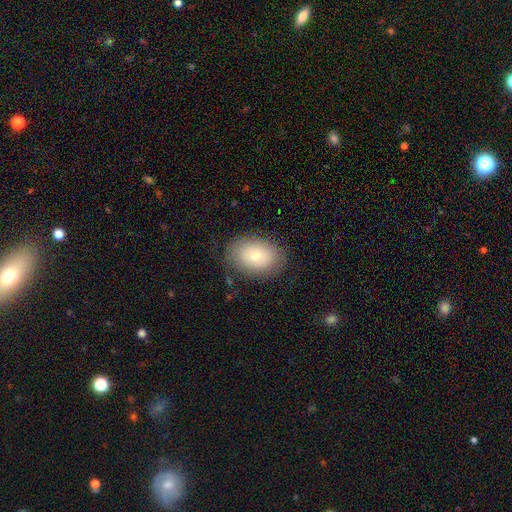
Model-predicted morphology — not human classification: Smooth or featured: smooth — 73% (featured or disk — 18%)
How rounded: in between — 75% (round — 24%)
Merging: none — 82% (minor disturbance — 13%)